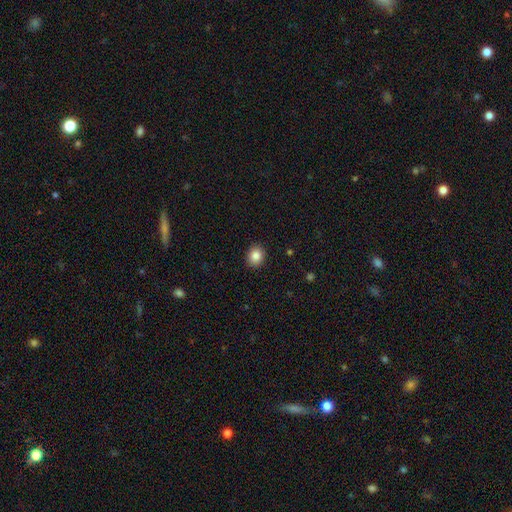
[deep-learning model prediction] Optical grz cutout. It shows a smooth galaxy with no disk features (85%) that is round (66%). Merging: none (91%).